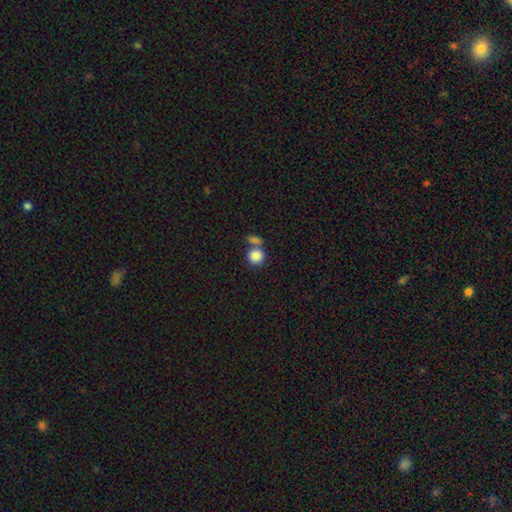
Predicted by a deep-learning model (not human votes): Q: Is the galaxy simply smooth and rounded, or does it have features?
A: smooth — 85%.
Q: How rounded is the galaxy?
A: round — 87%.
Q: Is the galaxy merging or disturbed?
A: none — 51%.